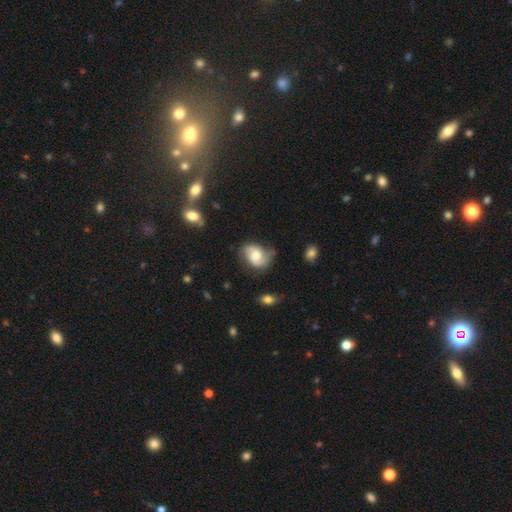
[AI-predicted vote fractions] This is possibly a featured or disk galaxy (59%). It is clearly not viewed edge-on (97%). Bar: possibly no (59%). Spiral arm pattern: clearly yes (89%). Spiral arm count: clearly 2 (84%). Spiral winding: marginally medium (42%). Central bulge: likely moderate (60%). Merging: likely none (62%).